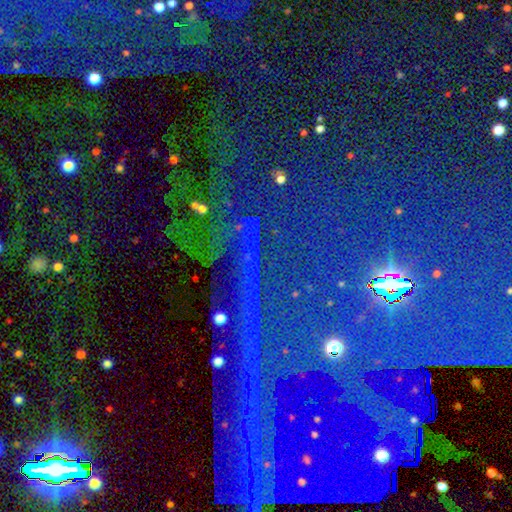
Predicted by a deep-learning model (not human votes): Overall: star or artifact (84%).